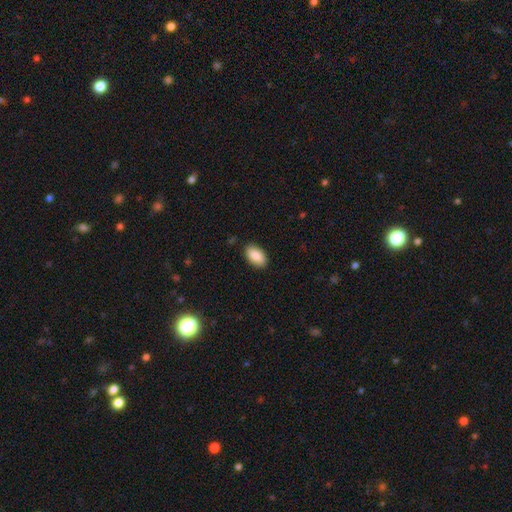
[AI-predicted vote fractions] smooth 88%, star or artifact 6%, featured or disk 5%. Down the decision tree: how rounded — in between (94%); merging — none (88%).